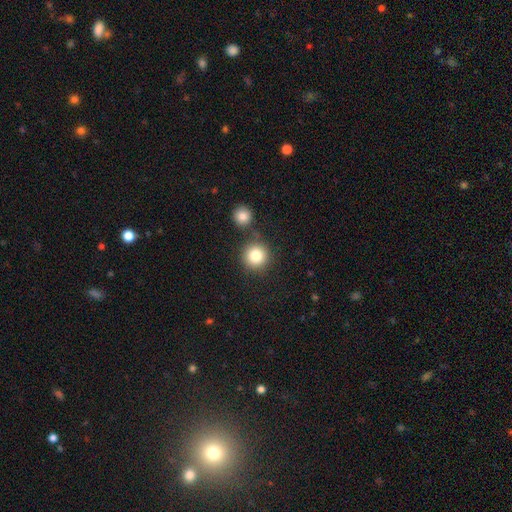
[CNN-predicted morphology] Smooth or featured? Predicted: smooth (p=0.83). How rounded? Predicted: round (p=0.94). Merging? Predicted: none (p=0.74).